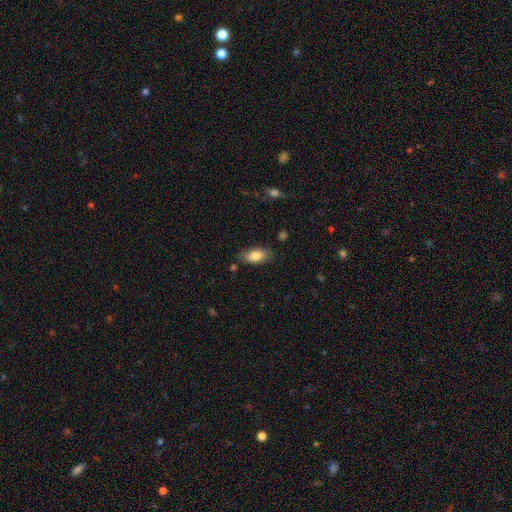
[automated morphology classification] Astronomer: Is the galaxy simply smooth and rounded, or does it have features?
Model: smooth — 82%.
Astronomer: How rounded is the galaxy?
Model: in between — 89%.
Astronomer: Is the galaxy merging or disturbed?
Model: none — 81%.